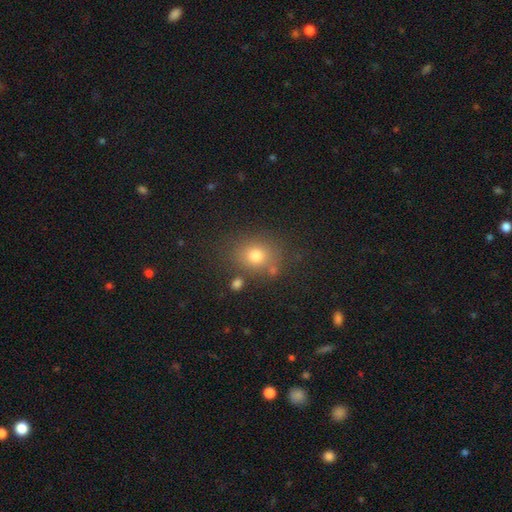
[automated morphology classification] smooth 76%, star or artifact 15%, featured or disk 9%. Down the decision tree: how rounded — round (61%); merging — none (76%).